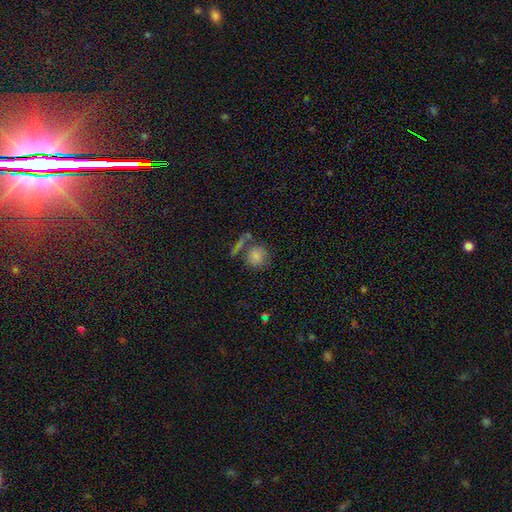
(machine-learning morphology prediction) smooth-or-featured: smooth: 68% | star or artifact: 18% | featured or disk: 13%
  how-rounded: round: 86% | in between: 13% | cigar-shaped: 2%
  merging: none: 63% | merger: 17% | minor disturbance: 13% | major disturbance: 7%